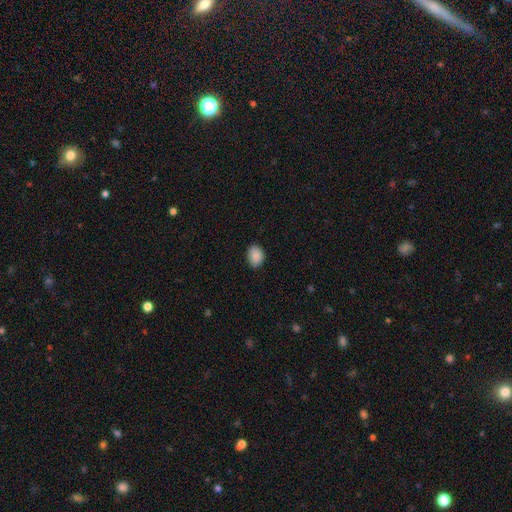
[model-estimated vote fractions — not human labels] The model was most divided on "how rounded": in between: 62%, round: 37%, cigar-shaped: 1%. More confident: smooth or featured — smooth (89%); merging — none (83%).